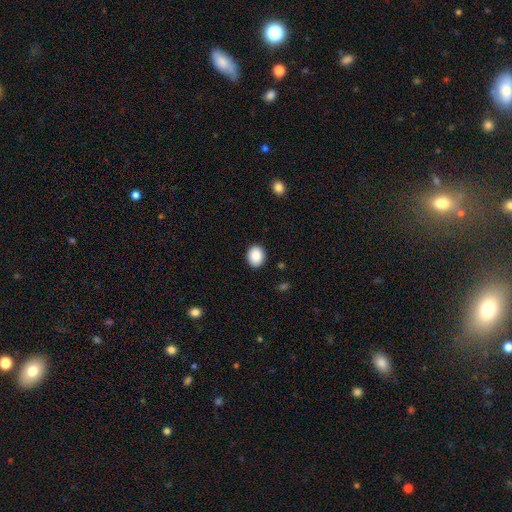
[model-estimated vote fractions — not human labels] Smooth or featured?
  - smooth: 89% *
  - star or artifact: 8%
  - featured or disk: 4%
How rounded?
  - round: 55% *
  - in between: 44%
  - cigar-shaped: 1%
Merging?
  - none: 90% *
  - minor disturbance: 7%
  - major disturbance: 2%
  - merger: 1%